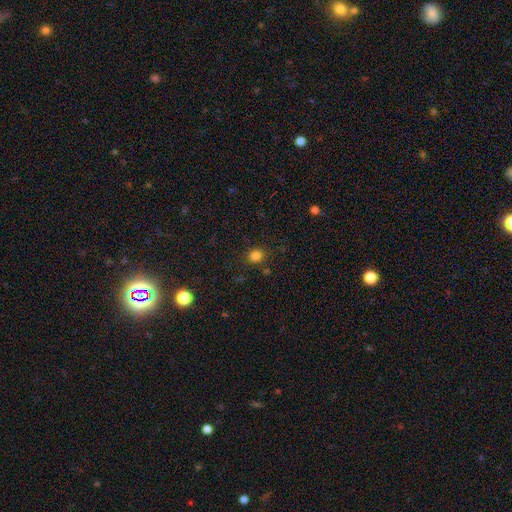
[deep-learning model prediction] smooth-or-featured: smooth: 81% | star or artifact: 15% | featured or disk: 4%
  how-rounded: round: 80% | in between: 19% | cigar-shaped: 1%
  merging: none: 84% | minor disturbance: 9% | major disturbance: 3% | merger: 3%